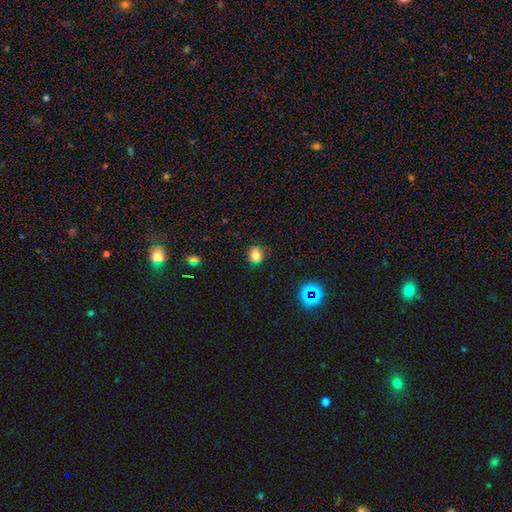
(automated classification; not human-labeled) The model was most divided on "how rounded": round: 74%, in between: 25%, cigar-shaped: 1%. More confident: merging — none (79%); smooth or featured — smooth (77%).